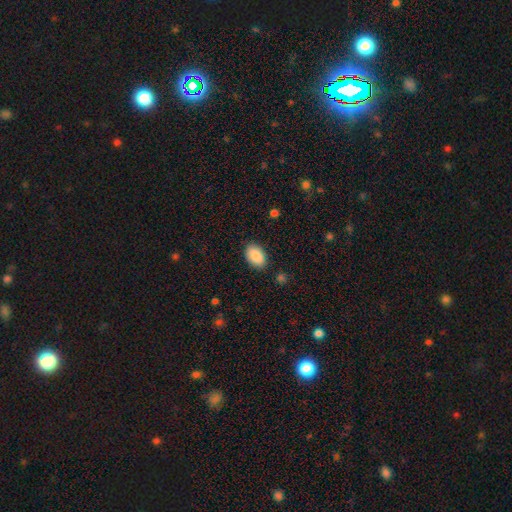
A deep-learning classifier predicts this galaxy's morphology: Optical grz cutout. It shows a smooth galaxy with no disk features (89%) that is in between round and cigar-shaped (92%). Merging: none (87%).